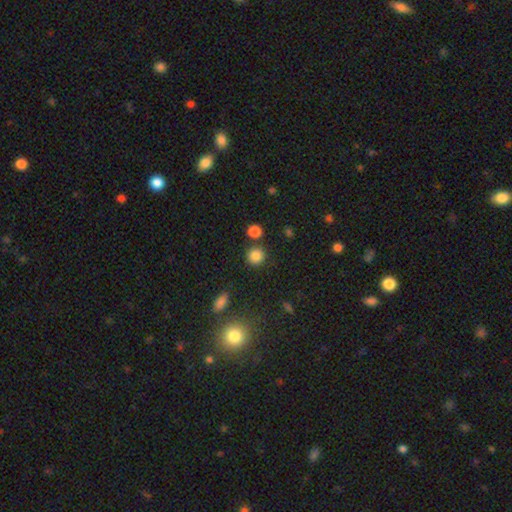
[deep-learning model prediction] Smooth or featured? Predicted: smooth (p=0.83). How rounded? Predicted: round (p=0.90). Merging? Predicted: none (p=0.81).